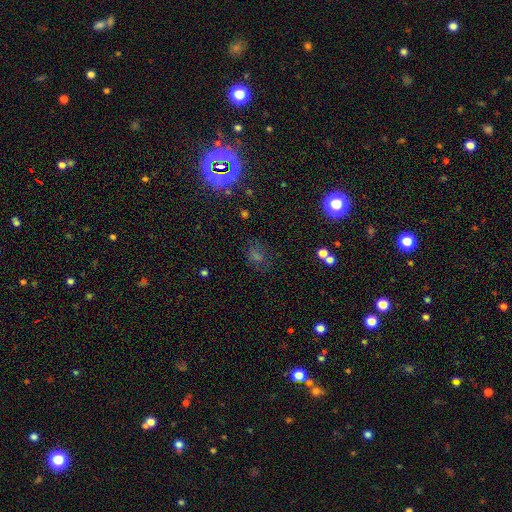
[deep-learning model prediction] star or artifact 49%, smooth 38%, featured or disk 12%.